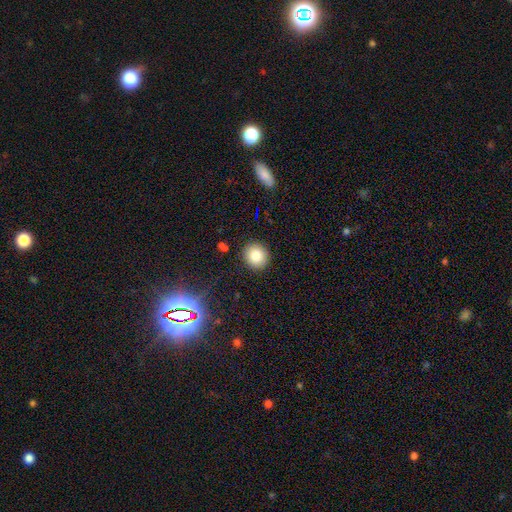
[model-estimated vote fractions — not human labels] smooth 83%, star or artifact 10%, featured or disk 7%. Down the decision tree: how rounded — round (84%); merging — none (90%).